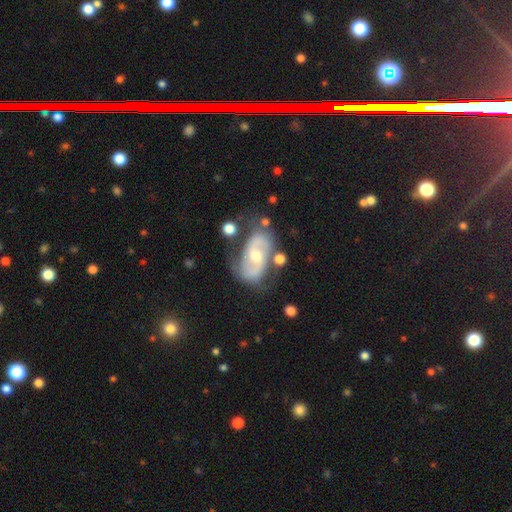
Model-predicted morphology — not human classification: type=featured or disk (79%); edge-on=no (96%); bar=no (46%); spiral arms=yes (89%); winding=medium (48%); arm count=2 (85%); bulge=moderate (62%); merging=none (61%).